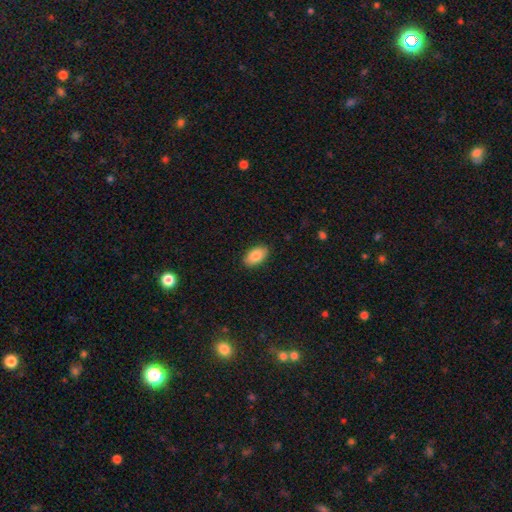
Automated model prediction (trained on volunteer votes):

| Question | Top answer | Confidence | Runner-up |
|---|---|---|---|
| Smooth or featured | smooth | 86% | featured or disk (7%) |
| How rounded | in between | 94% | round (4%) |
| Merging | none | 89% | minor disturbance (8%) |